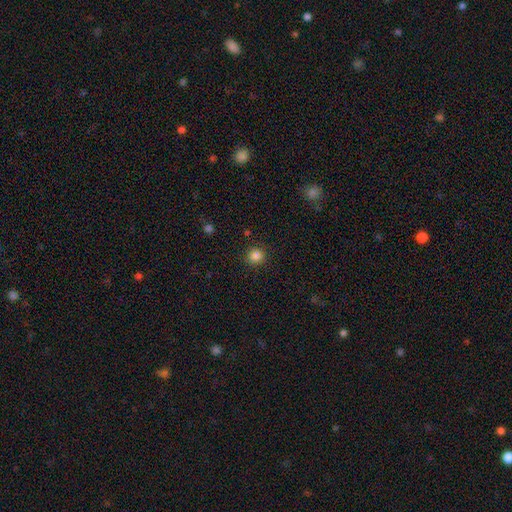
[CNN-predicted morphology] Overall: smooth (84%). How rounded: round (92%). Merging: none (91%).